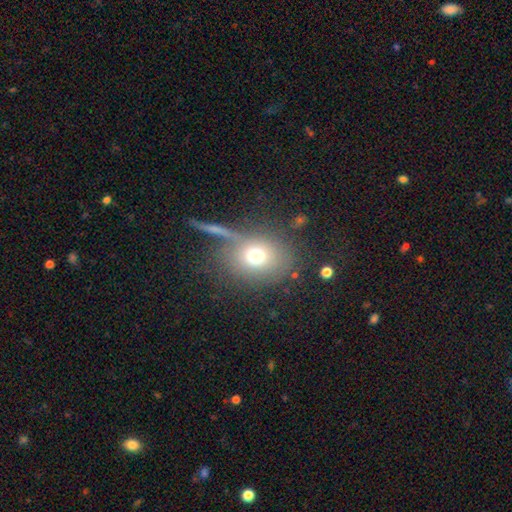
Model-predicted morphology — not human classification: Q: Smooth or featured?
A: smooth (71%); runner-up: featured or disk (15%)
Q: How rounded?
A: round (66%); runner-up: in between (32%)
Q: Merging?
A: none (67%); runner-up: minor disturbance (13%)